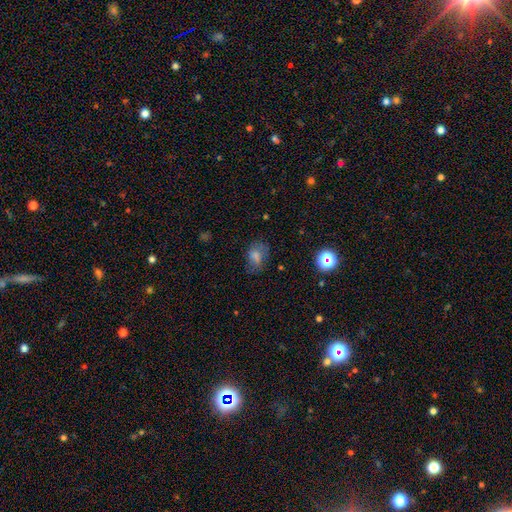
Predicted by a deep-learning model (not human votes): This appears to be a smooth galaxy with no disk features (70%) that is in between round and cigar-shaped (72%). Merging: none (58%).